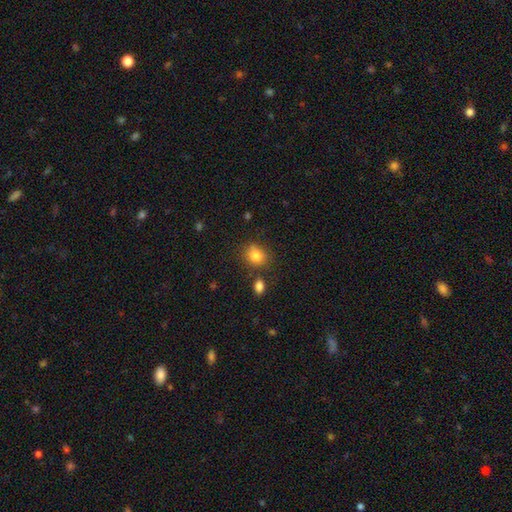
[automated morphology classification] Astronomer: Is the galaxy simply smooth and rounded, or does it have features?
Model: smooth — 83%.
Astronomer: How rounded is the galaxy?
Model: round — 63%.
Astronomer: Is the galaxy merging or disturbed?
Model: none — 73%.